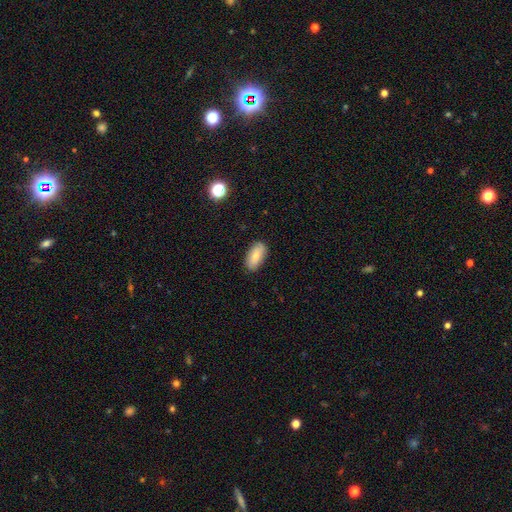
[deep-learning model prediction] Morphology: type=smooth (74%); roundness=in between (91%); merging=none (85%).